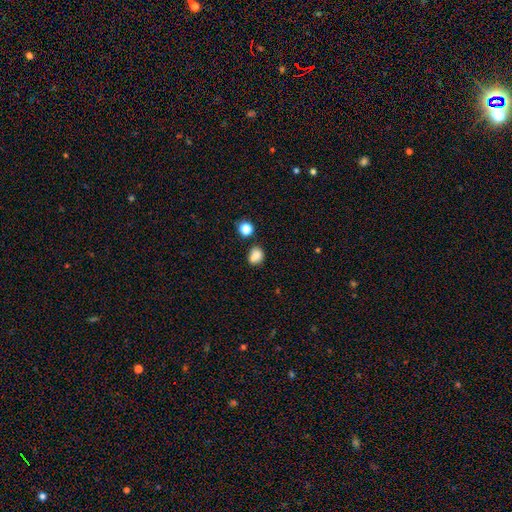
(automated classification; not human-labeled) A smooth galaxy with no disk features (81%) that is round (54%).

Vote fractions:
- Smooth or featured? smooth: 81% / star or artifact: 12% / featured or disk: 7%
- How rounded? round: 54% / in between: 45% / cigar-shaped: 1%
- Merging? none: 61% / minor disturbance: 18% / merger: 16% / major disturbance: 6%